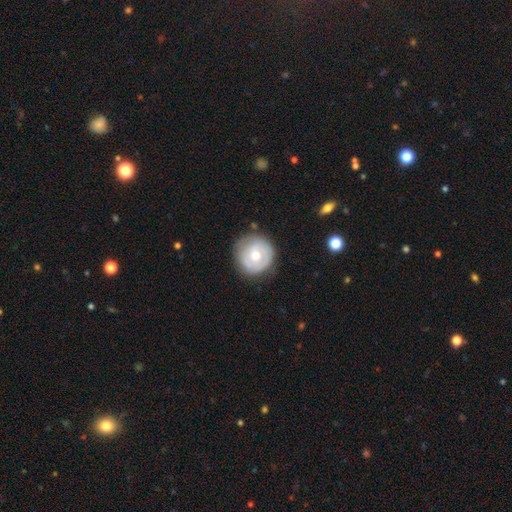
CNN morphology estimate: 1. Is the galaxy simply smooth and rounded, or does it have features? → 52% smooth, 42% featured or disk, 6% star or artifact.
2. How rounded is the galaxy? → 92% round, 7% in between, 1% cigar-shaped.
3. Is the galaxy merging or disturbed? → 75% none, 18% minor disturbance, 5% major disturbance, 2% merger.